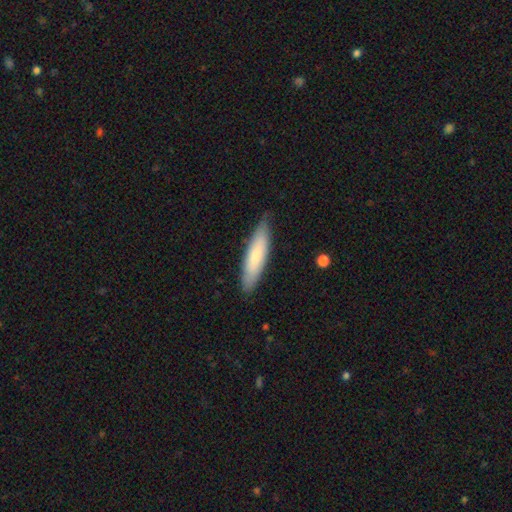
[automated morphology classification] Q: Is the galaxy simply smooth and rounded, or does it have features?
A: smooth — 70%.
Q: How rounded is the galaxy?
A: cigar-shaped — 73%.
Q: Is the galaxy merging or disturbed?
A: none — 84%.